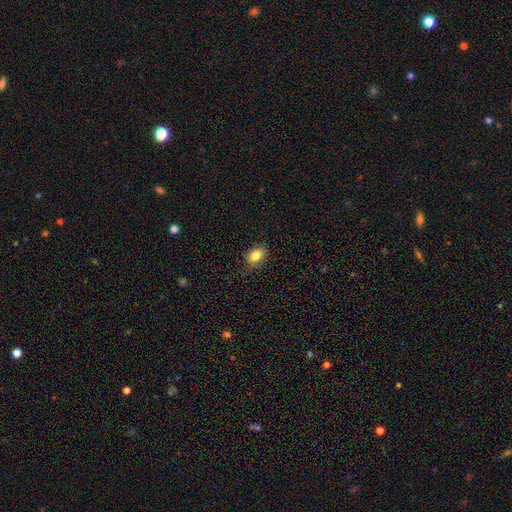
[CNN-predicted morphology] Smooth or featured?
  - smooth: 84% *
  - star or artifact: 10%
  - featured or disk: 7%
How rounded?
  - in between: 72% *
  - round: 27%
  - cigar-shaped: 1%
Merging?
  - none: 78% *
  - minor disturbance: 17%
  - major disturbance: 4%
  - merger: 1%